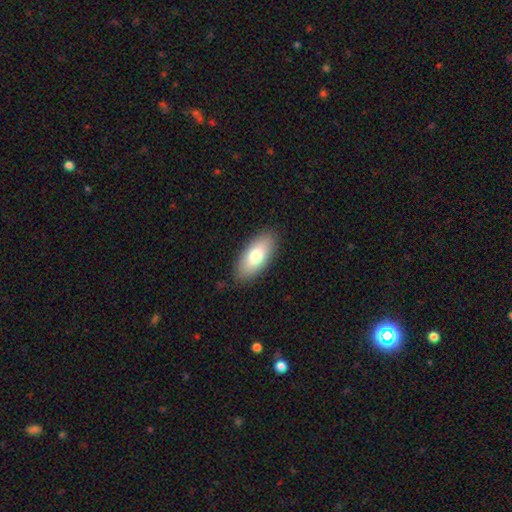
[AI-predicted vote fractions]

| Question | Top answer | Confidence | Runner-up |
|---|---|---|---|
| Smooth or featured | smooth | 76% | featured or disk (18%) |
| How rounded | in between | 88% | cigar-shaped (9%) |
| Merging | none | 87% | minor disturbance (10%) |